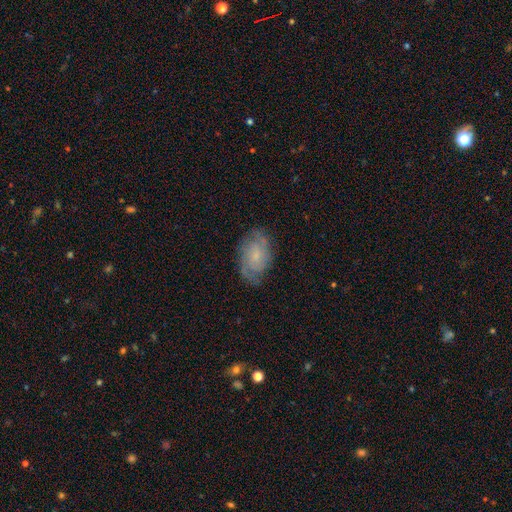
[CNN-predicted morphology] Smooth or featured? Predicted: featured or disk (p=0.64). Edge-on disk? Predicted: no (p=0.96). Bar? Predicted: no (p=0.73). Spiral arms? Predicted: yes (p=0.89). Spiral winding? Predicted: tight (p=0.52). Spiral arm count? Predicted: 2 (p=0.45). Bulge size? Predicted: small (p=0.68). Merging? Predicted: none (p=0.74).